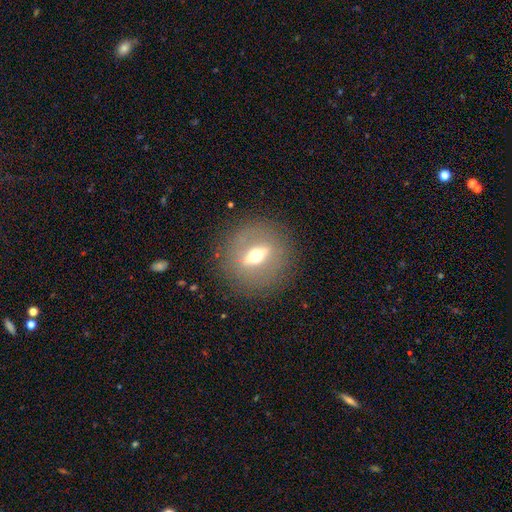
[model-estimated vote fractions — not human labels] smooth-or-featured: featured or disk: 66% | smooth: 24% | star or artifact: 9%
  disk-edge-on: yes: 51% | no: 49%
  merging: none: 86% | minor disturbance: 8% | major disturbance: 5% | merger: 1%